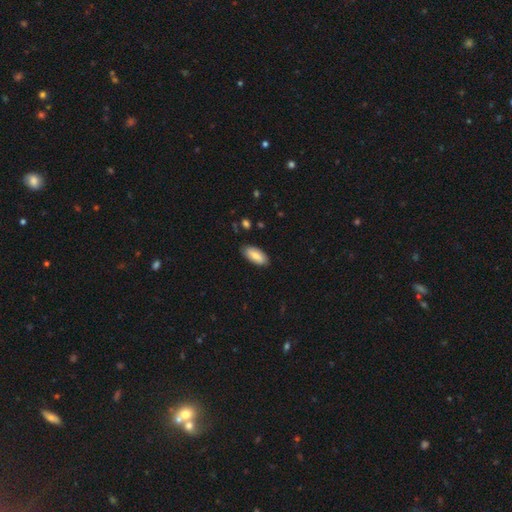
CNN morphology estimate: Overall: smooth (78%). How rounded: in between (88%). Merging: none (84%).